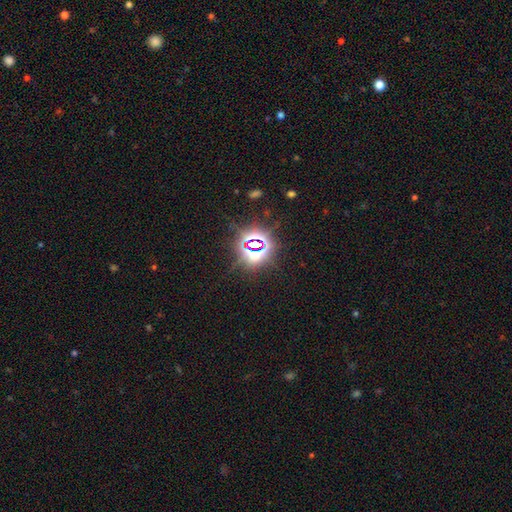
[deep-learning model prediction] smooth_or_featured: star or artifact (p=0.80) [alt: smooth p=0.12]